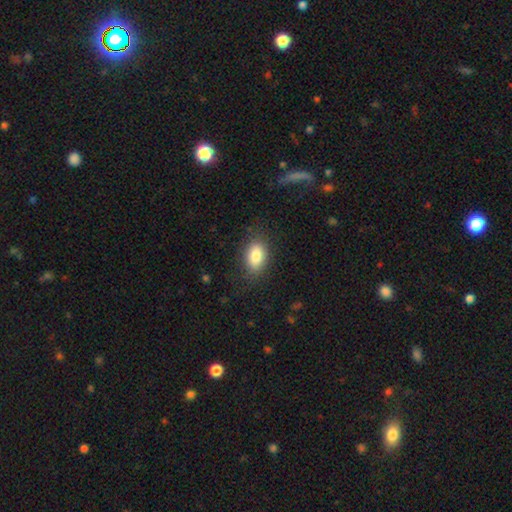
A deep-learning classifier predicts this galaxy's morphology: This appears to be a smooth galaxy with no disk features (85%) that is in between round and cigar-shaped (89%). Merging: none (80%).